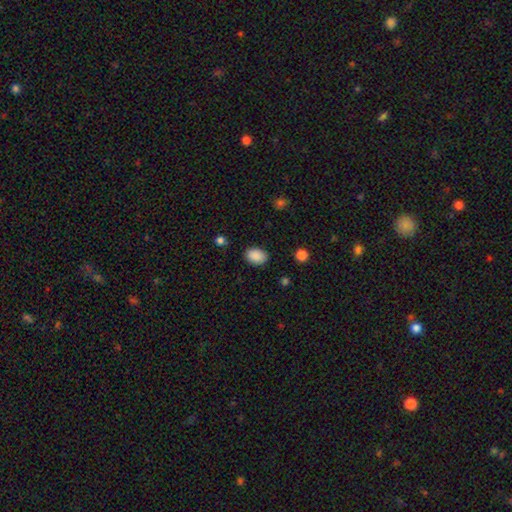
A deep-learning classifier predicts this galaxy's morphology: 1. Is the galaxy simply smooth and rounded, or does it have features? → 89% smooth, 8% star or artifact, 3% featured or disk.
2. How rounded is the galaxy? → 80% in between, 19% round, 1% cigar-shaped.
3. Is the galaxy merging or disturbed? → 86% none, 10% minor disturbance, 3% major disturbance, 1% merger.